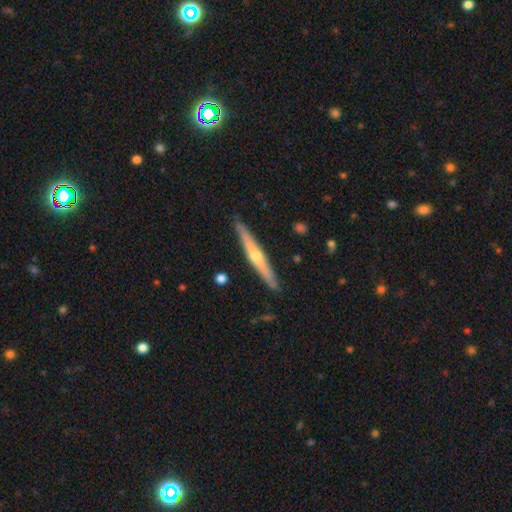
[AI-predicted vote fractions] Overall: featured or disk (63%; smooth 32%). Edge-on disk: yes (97%). Edge-on bulge: rounded (82%). Merging: none (90%).